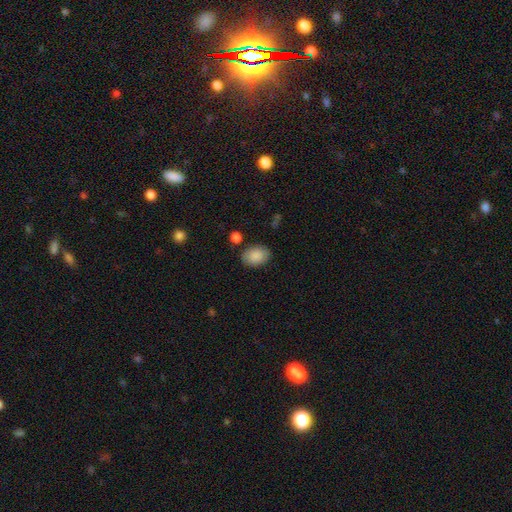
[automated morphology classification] smooth-or-featured: smooth: 87% | star or artifact: 7% | featured or disk: 6%
  how-rounded: in between: 77% | round: 22% | cigar-shaped: 1%
  merging: none: 81% | minor disturbance: 13% | merger: 3% | major disturbance: 3%